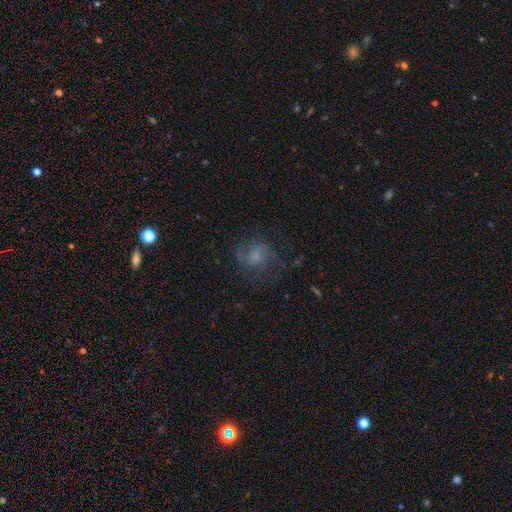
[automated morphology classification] Smooth or featured?
  - featured or disk: 60% *
  - smooth: 28%
  - star or artifact: 13%
Edge-on disk?
  - no: 98% *
  - yes: 2%
Bar?
  - no: 67% *
  - weak: 29%
  - strong: 4%
Spiral arms?
  - yes: 87% *
  - no: 13%
Spiral winding?
  - medium: 48% *
  - loose: 30%
  - tight: 22%
Spiral arm count?
  - 2: 54% *
  - can't tell: 21%
  - 1: 10%
  - 3: 10%
  - 4: 3%
  - more than 4: 3%
Bulge size?
  - small: 35% *
  - none: 28%
  - moderate: 27%
  - large: 7%
  - dominant: 2%
Merging?
  - none: 61% *
  - minor disturbance: 19%
  - major disturbance: 19%
  - merger: 2%